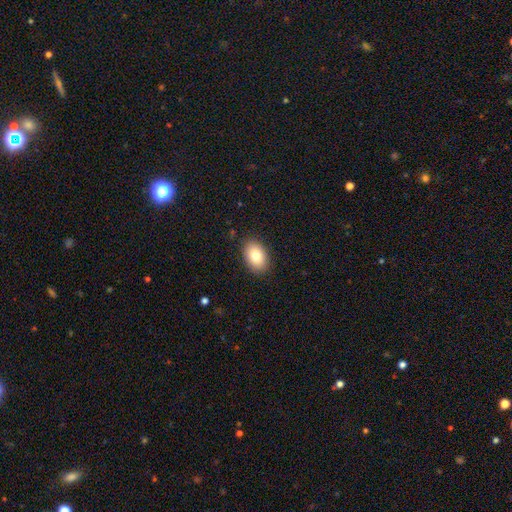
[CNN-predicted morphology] Overall: smooth (84%). How rounded: in between (88%). Merging: none (87%).